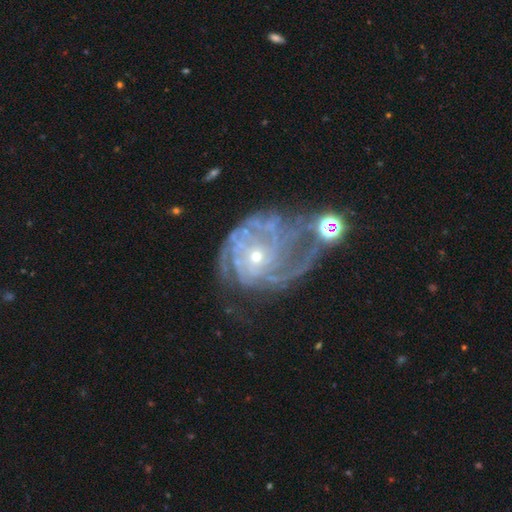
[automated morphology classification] A featured or disk galaxy (86%) with no bar (76%), tight (60%) spiral arms (94%) and a small central bulge (80%). Merging: none (37%).